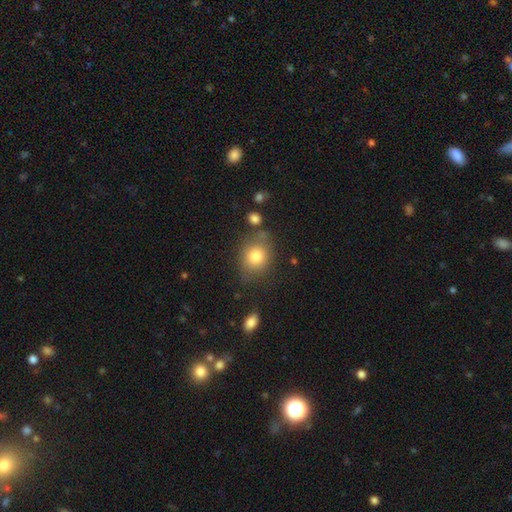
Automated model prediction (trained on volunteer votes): Smooth or featured? smooth (80%)
How rounded? round (67%)
Merging? none (70%)